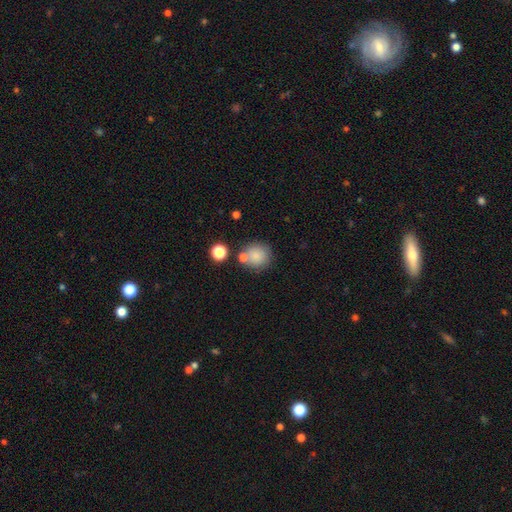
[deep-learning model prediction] A smooth galaxy with no disk features (82%) that is round (89%).

Vote fractions:
- Smooth or featured? smooth: 82% / star or artifact: 11% / featured or disk: 8%
- How rounded? round: 89% / in between: 10% / cigar-shaped: 1%
- Merging? none: 69% / merger: 17% / minor disturbance: 11% / major disturbance: 4%